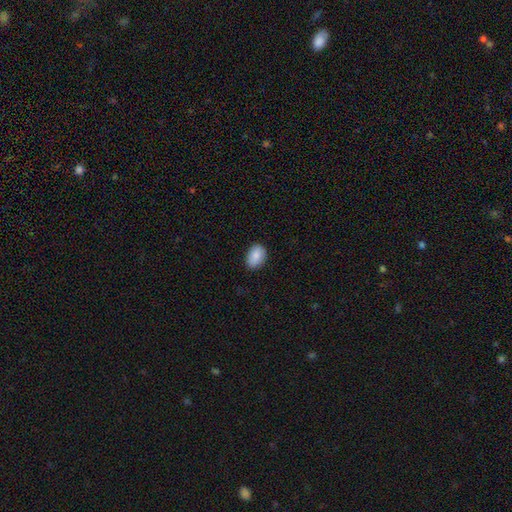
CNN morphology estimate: A smooth galaxy with no disk features (88%) that is in between round and cigar-shaped (82%). Merging: none (84%).